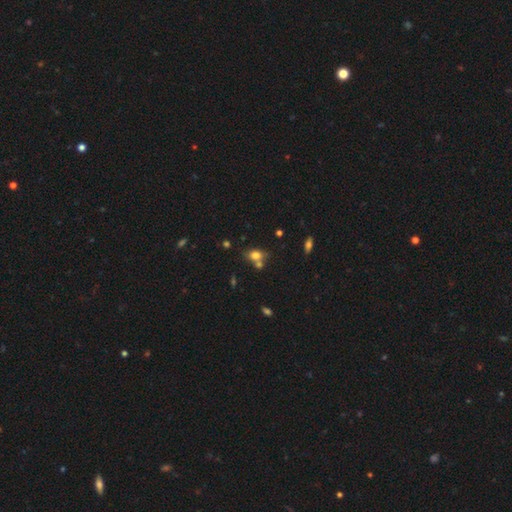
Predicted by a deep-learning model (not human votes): smooth 74%, featured or disk 13%, star or artifact 13%. Down the decision tree: how rounded — in between (69%); merging — none (50%).